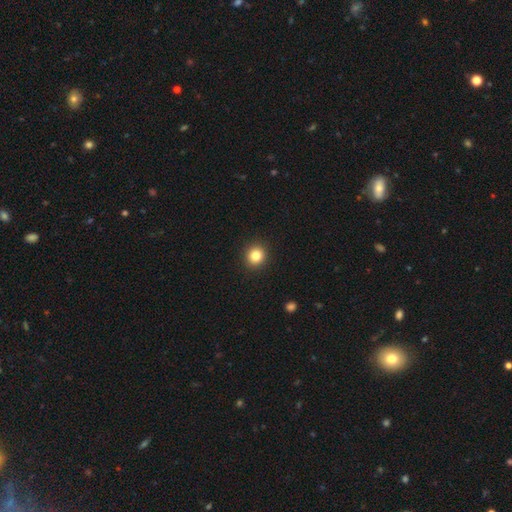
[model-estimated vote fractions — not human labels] smooth-or-featured: smooth: 84% | star or artifact: 11% | featured or disk: 6%
  how-rounded: round: 89% | in between: 10% | cigar-shaped: 1%
  merging: none: 92% | minor disturbance: 5% | major disturbance: 2% | merger: 1%